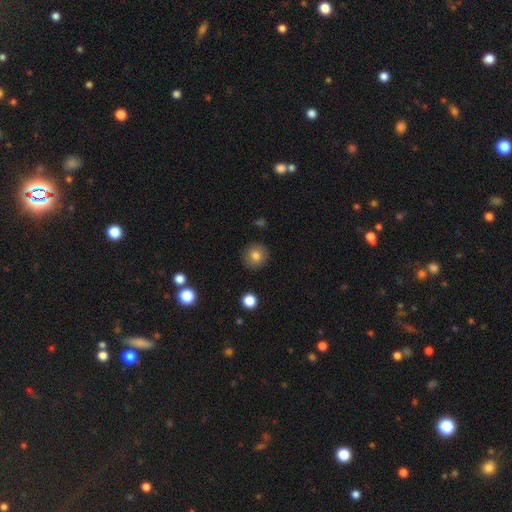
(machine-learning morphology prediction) A smooth galaxy with no disk features (81%) that is round (92%). Merging: none (89%).